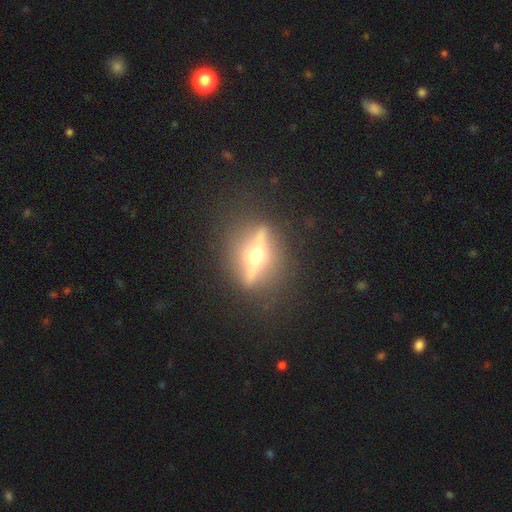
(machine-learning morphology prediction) A featured or disk galaxy (80%) viewed edge-on (85%) with a rounded central bulge (96%).

Vote fractions:
- Smooth or featured? featured or disk: 80% / smooth: 13% / star or artifact: 7%
- Edge-on disk? yes: 85% / no: 15%
- Edge-on bulge? rounded: 96% / boxy: 2% / none: 2%
- Merging? none: 82% / minor disturbance: 10% / major disturbance: 6% / merger: 2%